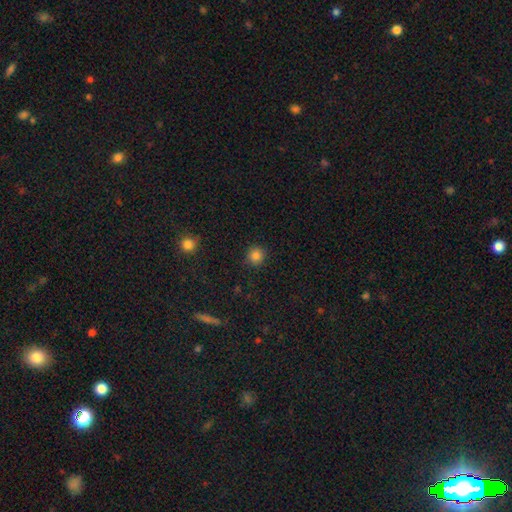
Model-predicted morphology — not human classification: smooth_or_featured: smooth (p=0.83) [alt: star or artifact p=0.12]
how_rounded: round (p=0.92) [alt: in between p=0.07]
merging: none (p=0.90) [alt: minor disturbance p=0.07]